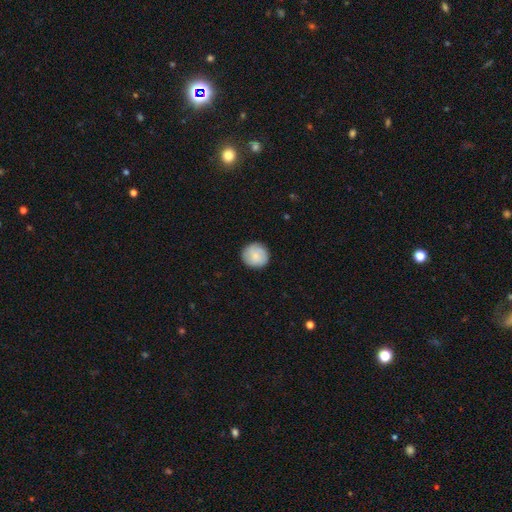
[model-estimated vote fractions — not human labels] Overall: smooth (78%). How rounded: round (90%). Merging: none (87%).